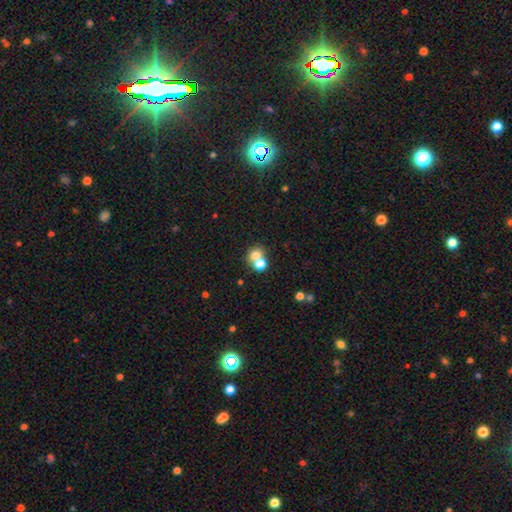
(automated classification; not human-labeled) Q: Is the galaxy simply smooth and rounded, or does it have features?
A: smooth — 72%.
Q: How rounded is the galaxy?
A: round — 69%.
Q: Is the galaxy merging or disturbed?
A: merger — 53%.